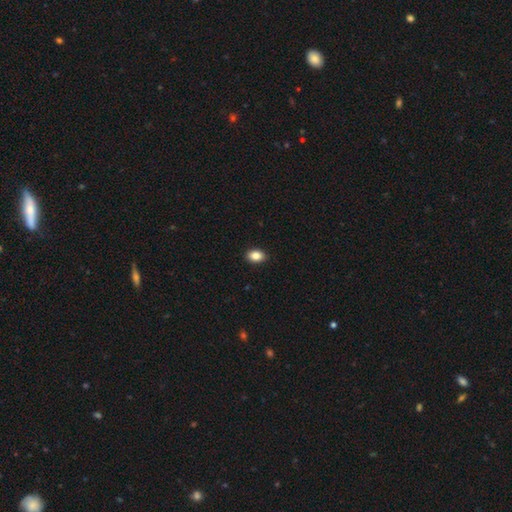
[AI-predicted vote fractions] The model was most divided on "how rounded": in between: 80%, round: 19%, cigar-shaped: 1%. More confident: merging — none (91%); smooth or featured — smooth (87%).